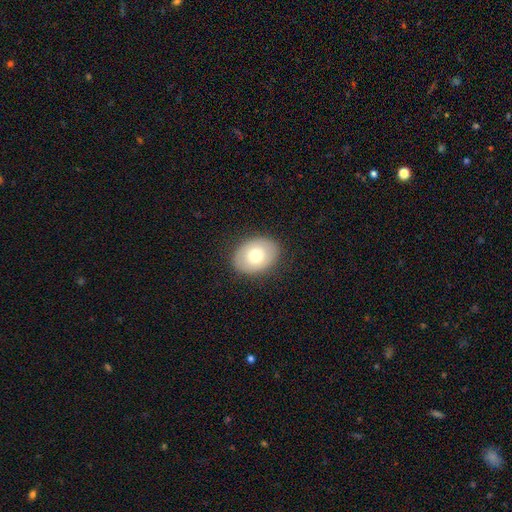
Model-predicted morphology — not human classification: Smooth or featured?
  - smooth: 71% *
  - featured or disk: 22%
  - star or artifact: 7%
How rounded?
  - in between: 71% *
  - round: 28%
  - cigar-shaped: 1%
Merging?
  - none: 87% *
  - minor disturbance: 9%
  - major disturbance: 3%
  - merger: 1%